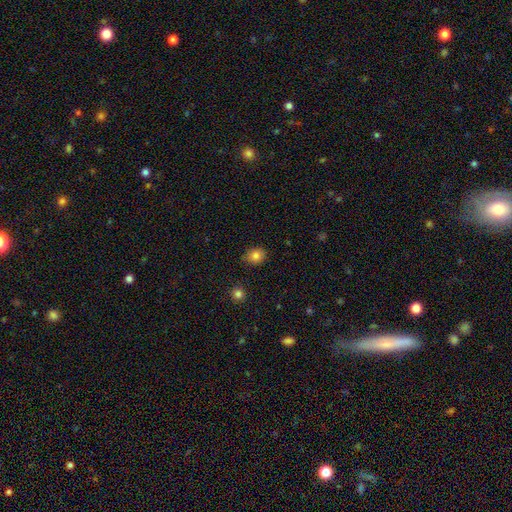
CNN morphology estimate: Smooth or featured? Predicted: smooth (p=0.82). How rounded? Predicted: round (p=0.65). Merging? Predicted: none (p=0.83).